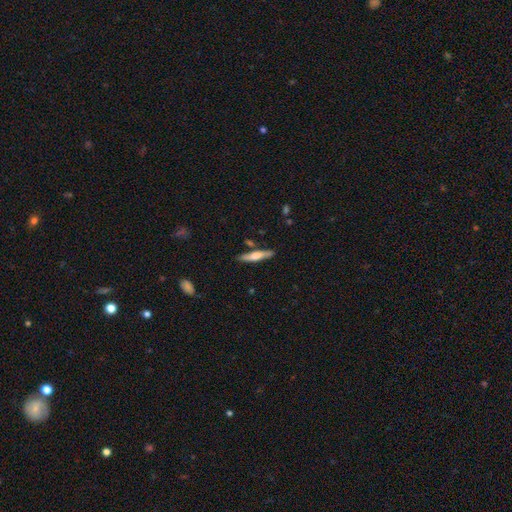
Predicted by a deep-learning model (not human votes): smooth-or-featured: smooth: 49% | featured or disk: 46% | star or artifact: 6%
  merging: none: 82% | minor disturbance: 12% | merger: 4% | major disturbance: 2%